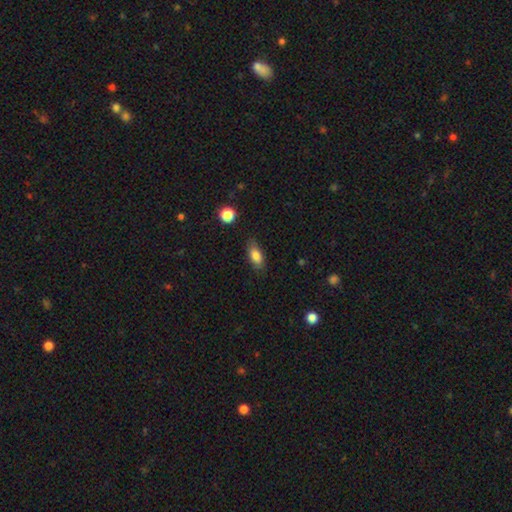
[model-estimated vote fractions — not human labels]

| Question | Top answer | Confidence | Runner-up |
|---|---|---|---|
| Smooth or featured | smooth | 82% | featured or disk (10%) |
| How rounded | in between | 83% | cigar-shaped (12%) |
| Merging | none | 79% | minor disturbance (16%) |